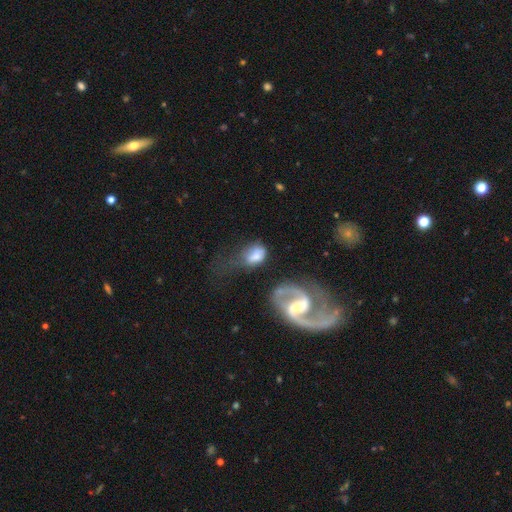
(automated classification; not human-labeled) Smooth or featured? Predicted: smooth (p=0.57). How rounded? Predicted: in between (p=0.77). Merging? Predicted: none (p=0.30).